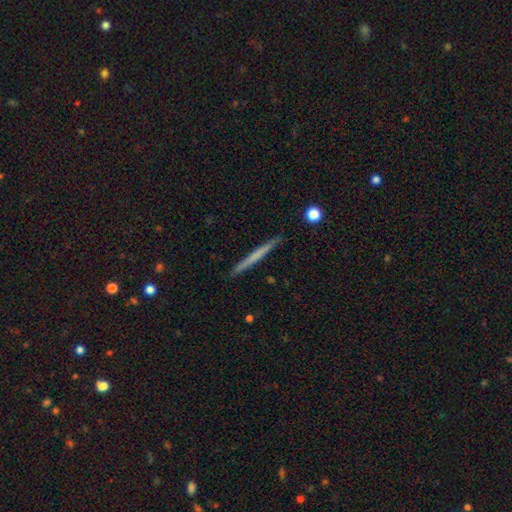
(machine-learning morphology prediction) A smooth galaxy with no disk features (53%) that is cigar-shaped (97%). Merging: none (92%).